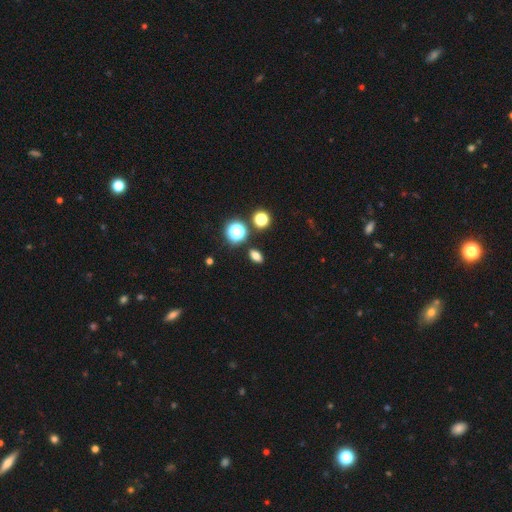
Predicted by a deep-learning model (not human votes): Q: Smooth or featured?
A: smooth (74%); runner-up: star or artifact (19%)
Q: How rounded?
A: in between (77%); runner-up: round (20%)
Q: Merging?
A: none (87%); runner-up: minor disturbance (8%)